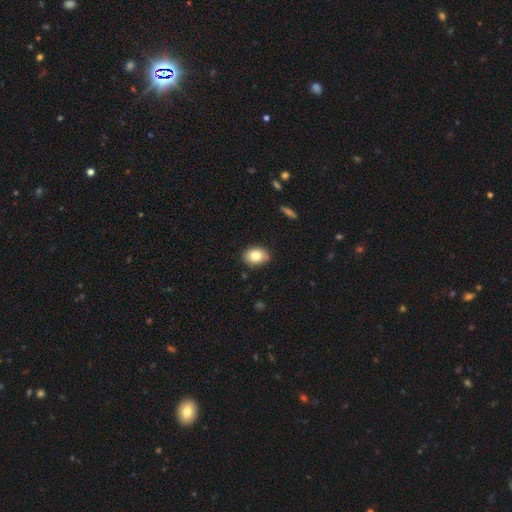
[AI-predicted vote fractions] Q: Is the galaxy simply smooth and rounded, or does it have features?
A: smooth — 81%.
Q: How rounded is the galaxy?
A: in between — 72%.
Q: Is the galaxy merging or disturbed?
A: none — 85%.